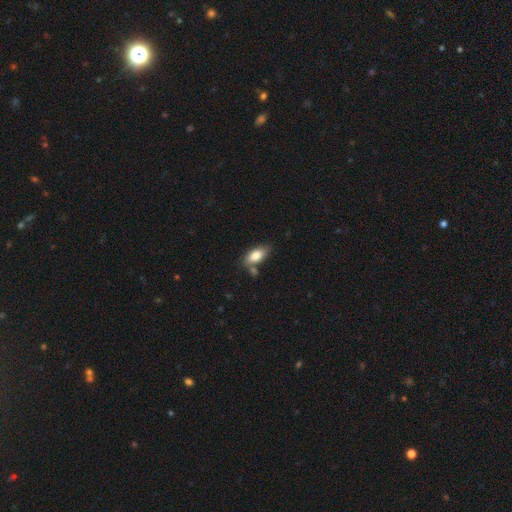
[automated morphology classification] Smooth or featured?
  - smooth: 81% *
  - featured or disk: 11%
  - star or artifact: 7%
How rounded?
  - in between: 90% *
  - cigar-shaped: 6%
  - round: 4%
Merging?
  - none: 64% *
  - minor disturbance: 18%
  - merger: 14%
  - major disturbance: 4%